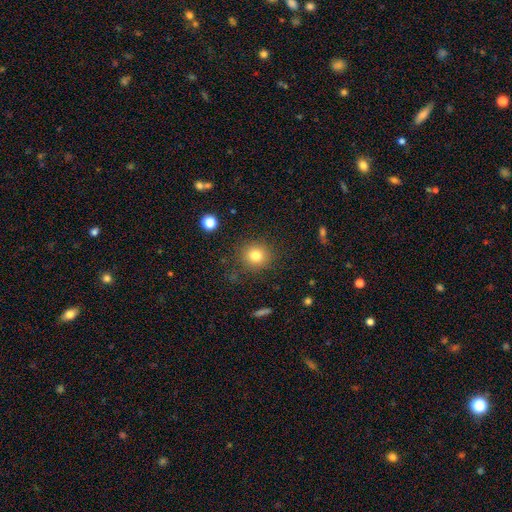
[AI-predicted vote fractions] Q: Smooth or featured?
A: smooth (80%); runner-up: star or artifact (12%)
Q: How rounded?
A: round (89%); runner-up: in between (10%)
Q: Merging?
A: none (87%); runner-up: minor disturbance (8%)